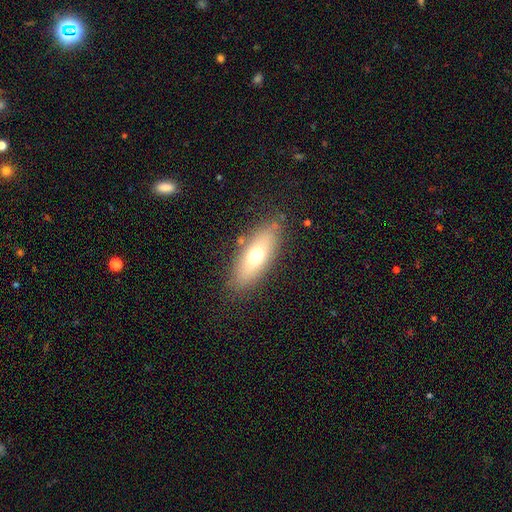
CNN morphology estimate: smooth 64%, featured or disk 28%, star or artifact 8%. Down the decision tree: how rounded — in between (67%); merging — none (82%).